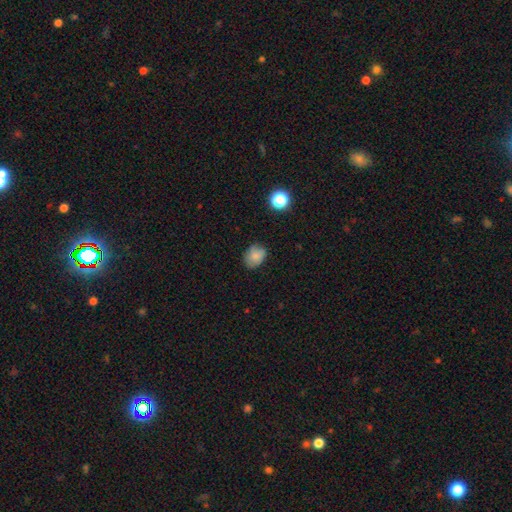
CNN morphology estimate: Overall: smooth (79%). How rounded: in between (58%; round 41%). Merging: none (72%).